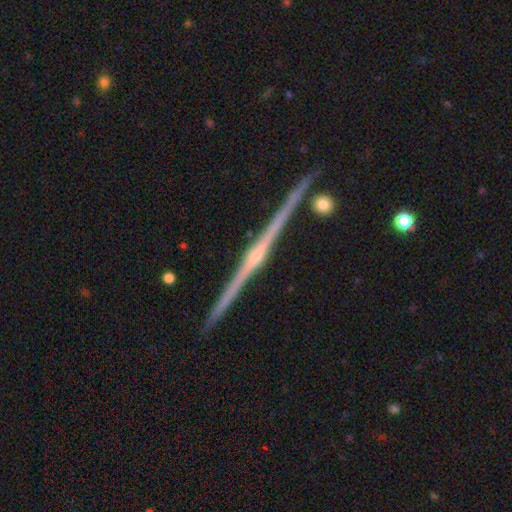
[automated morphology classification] This is clearly a featured or disk galaxy (90%). It is clearly viewed edge-on (99%). Edge-on bulge: likely rounded (78%). Merging: clearly none (92%).